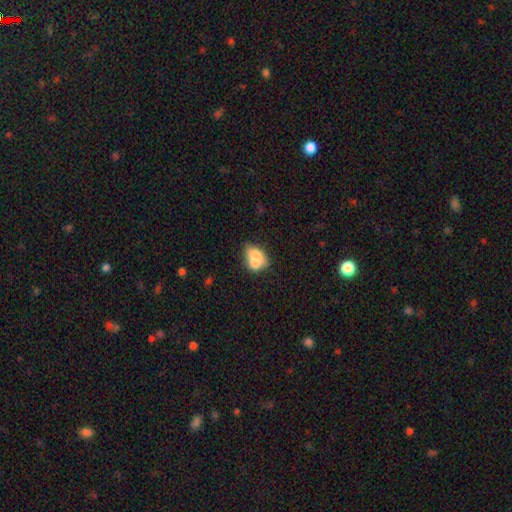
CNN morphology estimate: Q: Smooth or featured?
A: smooth (65%); runner-up: featured or disk (27%)
Q: How rounded?
A: in between (71%); runner-up: round (26%)
Q: Merging?
A: merger (56%); runner-up: none (24%)